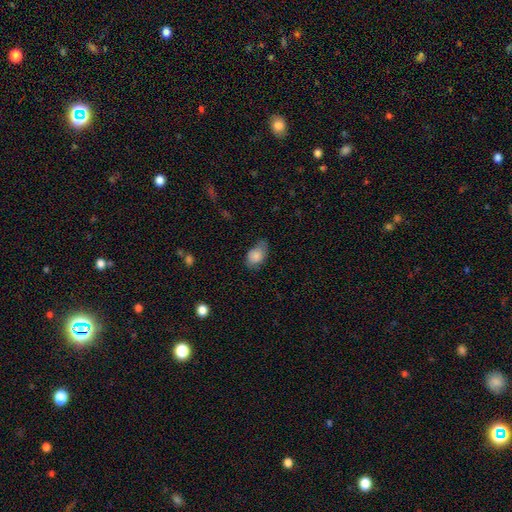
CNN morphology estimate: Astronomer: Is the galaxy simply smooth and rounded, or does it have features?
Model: smooth — 84%.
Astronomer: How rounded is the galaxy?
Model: in between — 84%.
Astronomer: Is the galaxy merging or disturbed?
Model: none — 52% (runner-up: minor disturbance, 36%).